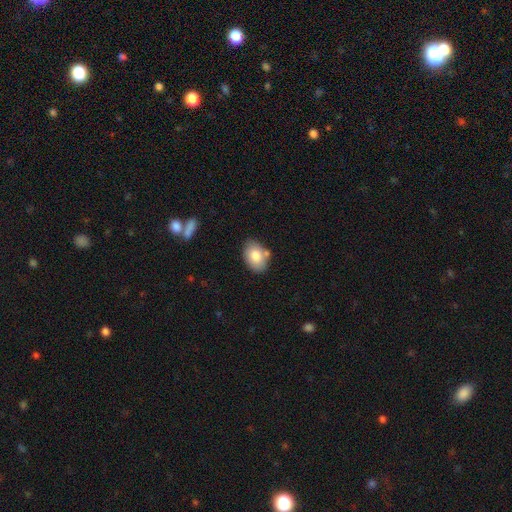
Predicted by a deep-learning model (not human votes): Smooth or featured?
  - smooth: 81% *
  - featured or disk: 12%
  - star or artifact: 7%
How rounded?
  - in between: 85% *
  - round: 14%
  - cigar-shaped: 1%
Merging?
  - none: 72% *
  - minor disturbance: 16%
  - merger: 9%
  - major disturbance: 3%